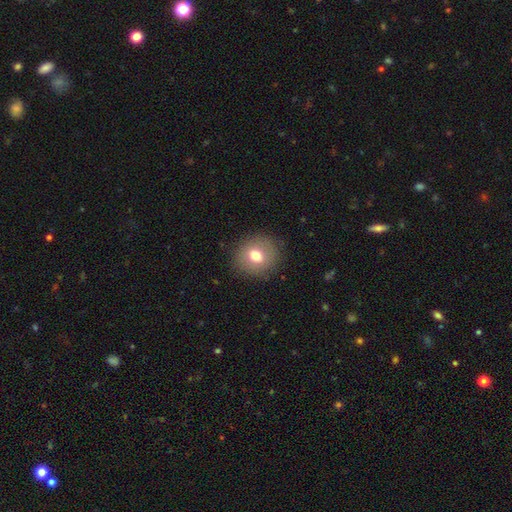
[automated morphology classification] Smooth or featured: smooth — 72% (featured or disk — 18%)
How rounded: round — 80% (in between — 19%)
Merging: none — 87% (minor disturbance — 9%)